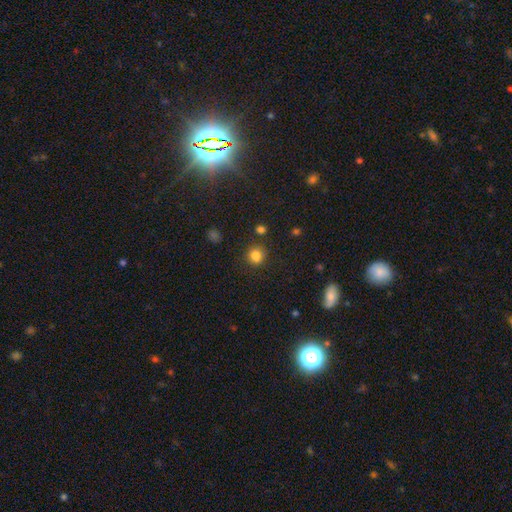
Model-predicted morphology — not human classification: Smooth or featured?
  - smooth: 82% *
  - star or artifact: 13%
  - featured or disk: 5%
How rounded?
  - round: 88% *
  - in between: 11%
  - cigar-shaped: 1%
Merging?
  - none: 83% *
  - minor disturbance: 9%
  - merger: 5%
  - major disturbance: 3%